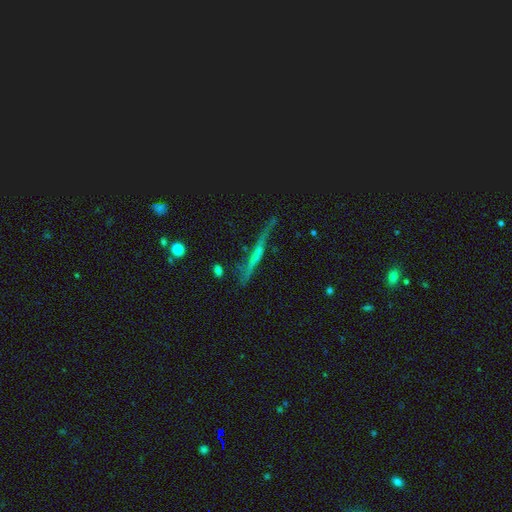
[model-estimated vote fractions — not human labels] Smooth or featured?
  - featured or disk: 54% *
  - smooth: 31%
  - star or artifact: 14%
Edge-on disk?
  - yes: 87% *
  - no: 13%
Merging?
  - none: 66% *
  - minor disturbance: 20%
  - major disturbance: 9%
  - merger: 5%